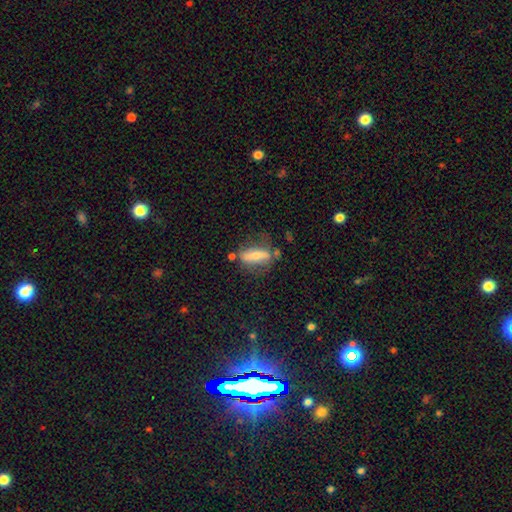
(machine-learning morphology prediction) smooth 54%, featured or disk 38%, star or artifact 9%. Down the decision tree: how rounded — cigar-shaped (49%); merging — none (58%).